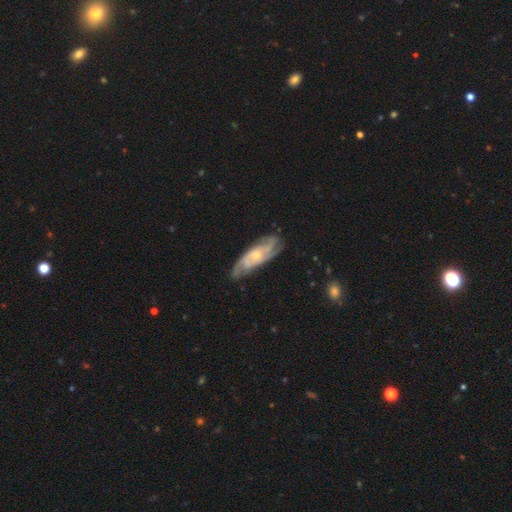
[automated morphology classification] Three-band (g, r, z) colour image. It shows a featured or disk galaxy (83%) with no bar (70%), 3 (30%) tight (50%) spiral arms (95%) and a small central bulge (56%). Merging: none (73%).